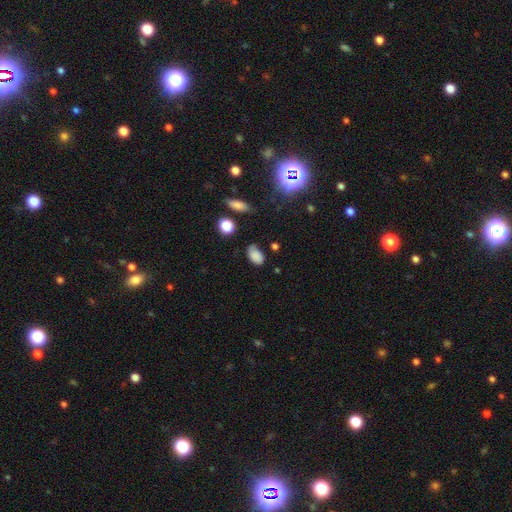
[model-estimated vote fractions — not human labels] smooth_or_featured: smooth (p=0.80) [alt: star or artifact p=0.12]
how_rounded: in between (p=0.88) [alt: round p=0.10]
merging: none (p=0.59) [alt: minor disturbance p=0.29]